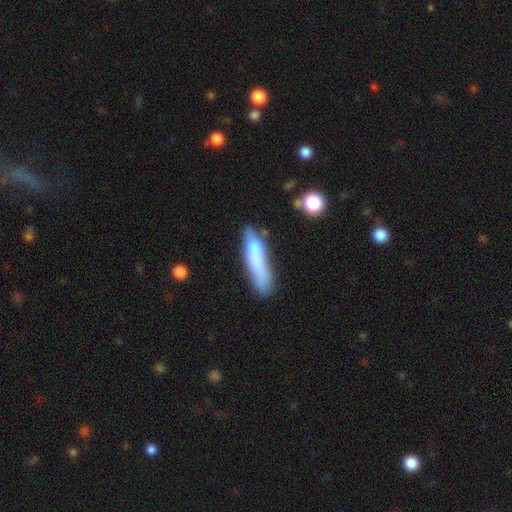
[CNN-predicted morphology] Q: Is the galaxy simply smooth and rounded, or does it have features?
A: smooth — 66%.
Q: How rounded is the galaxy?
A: cigar-shaped — 79%.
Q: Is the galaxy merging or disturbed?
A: none — 45%.